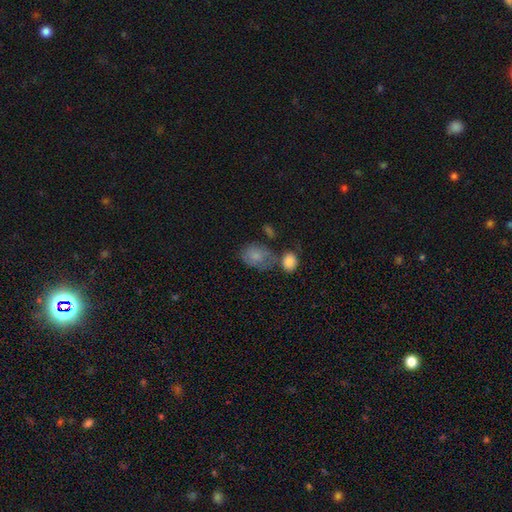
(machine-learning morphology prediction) type=smooth (74%); roundness=in between (65%); merging=none (44%).